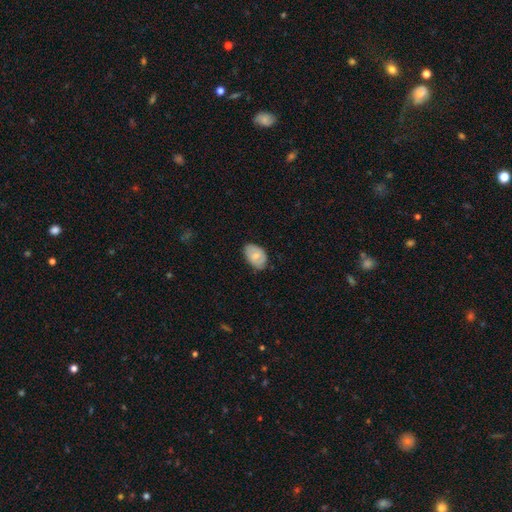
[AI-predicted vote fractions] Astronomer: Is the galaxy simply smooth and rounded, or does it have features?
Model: smooth — 70%.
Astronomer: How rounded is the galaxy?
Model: in between — 88%.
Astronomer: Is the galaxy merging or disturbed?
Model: none — 69%.